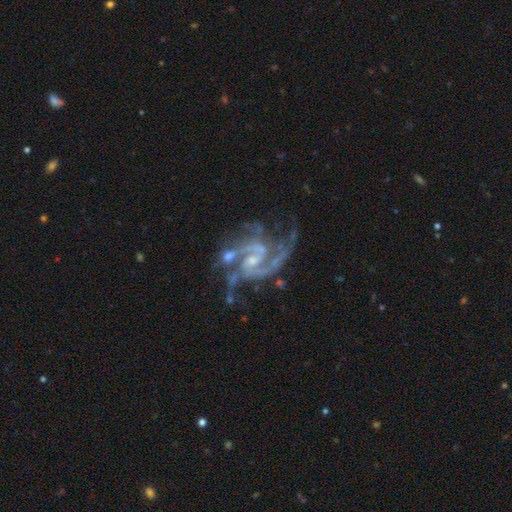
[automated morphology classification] Q: Smooth or featured?
A: featured or disk (90%); runner-up: star or artifact (7%)
Q: Edge-on disk?
A: no (98%); runner-up: yes (2%)
Q: Bar?
A: weak (48%); runner-up: no (35%)
Q: Spiral arms?
A: yes (97%); runner-up: no (3%)
Q: Spiral winding?
A: medium (58%); runner-up: tight (21%)
Q: Spiral arm count?
A: 2 (58%); runner-up: 3 (19%)
Q: Bulge size?
A: small (66%); runner-up: moderate (21%)
Q: Merging?
A: none (45%); runner-up: major disturbance (21%)